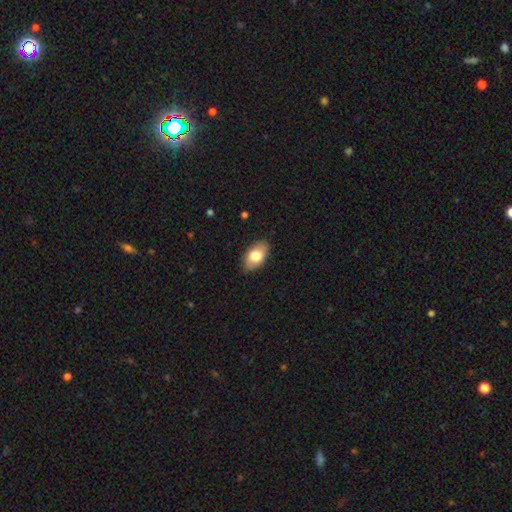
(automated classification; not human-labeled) The model was most divided on "smooth or featured": smooth: 77%, featured or disk: 17%, star or artifact: 7%. More confident: how rounded — in between (92%); merging — none (85%).